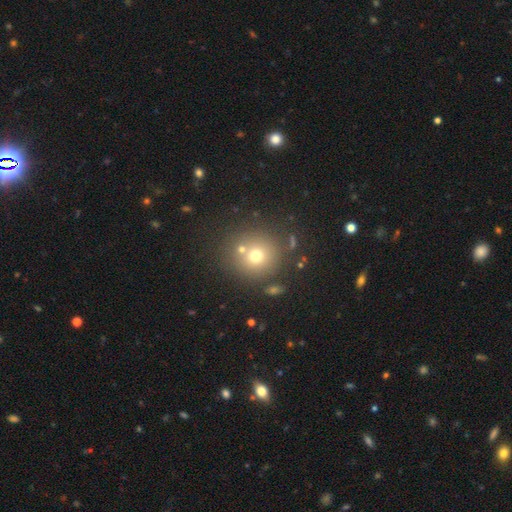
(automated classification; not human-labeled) This appears to be a smooth galaxy with no disk features (69%) that is round (91%). Merging: none (73%).